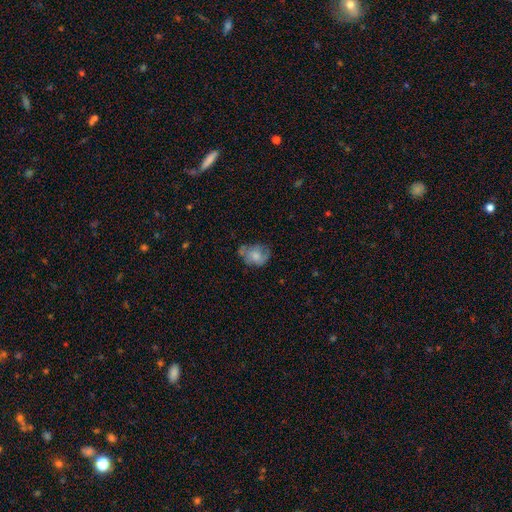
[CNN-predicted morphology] This appears to be a smooth galaxy with no disk features (61%) that is in between round and cigar-shaped (67%). Merging: none (49%).